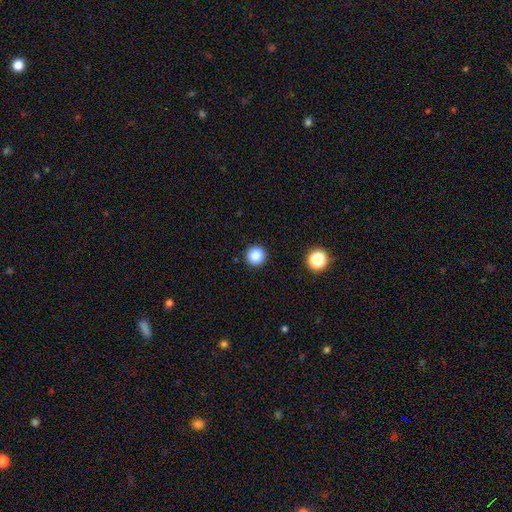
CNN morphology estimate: This is clearly a smooth galaxy (86%). How rounded: clearly round (96%). Merging: clearly none (93%).